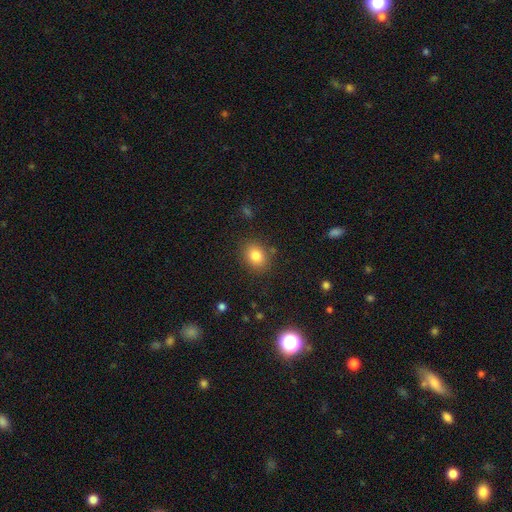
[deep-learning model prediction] This appears to be a smooth galaxy with no disk features (81%) that is round (55%). Merging: none (85%).